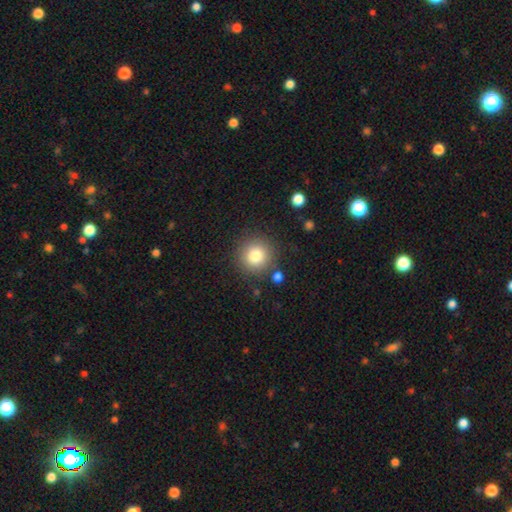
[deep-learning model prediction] Morphology: type=smooth (80%); roundness=round (94%); merging=none (85%).